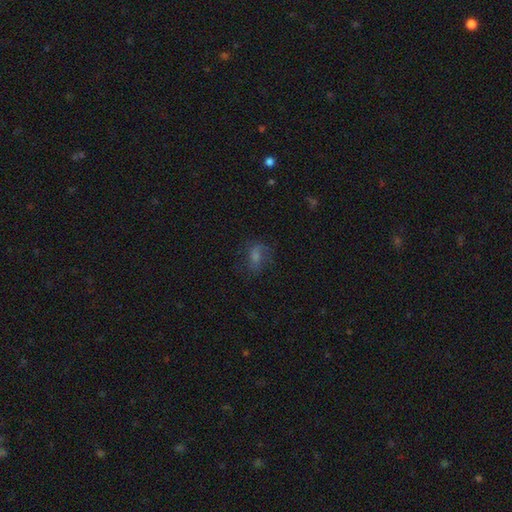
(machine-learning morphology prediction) A smooth galaxy with no disk features (48%).

Vote fractions:
- Smooth or featured? smooth: 48% / featured or disk: 27% / star or artifact: 25%
- Merging? none: 66% / minor disturbance: 19% / major disturbance: 13% / merger: 2%